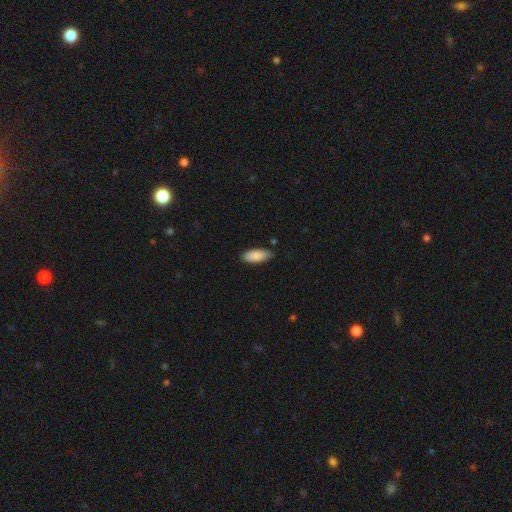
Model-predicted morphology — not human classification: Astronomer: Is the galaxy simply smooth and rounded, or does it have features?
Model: smooth — 88%.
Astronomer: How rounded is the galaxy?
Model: in between — 79%.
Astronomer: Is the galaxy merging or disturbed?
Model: none — 83%.